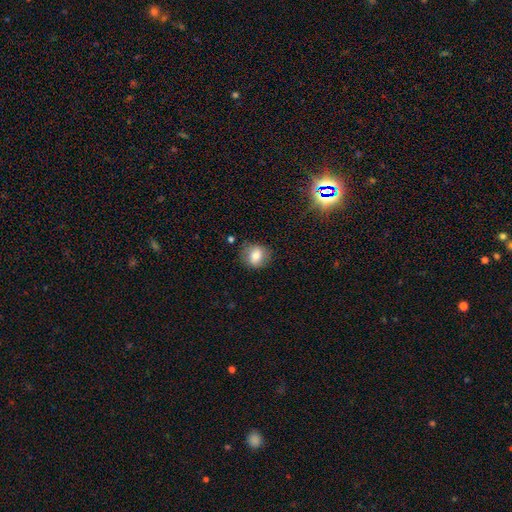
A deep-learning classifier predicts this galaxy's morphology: smooth_or_featured: smooth (p=0.75) [alt: featured or disk p=0.16]
how_rounded: round (p=0.67) [alt: in between p=0.32]
merging: none (p=0.78) [alt: minor disturbance p=0.15]